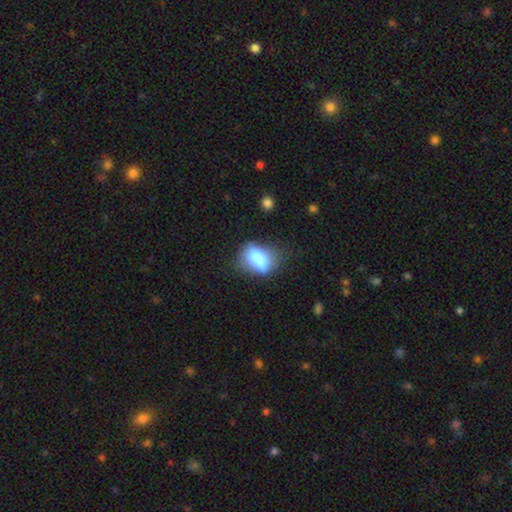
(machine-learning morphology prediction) Smooth or featured? smooth (70%)
How rounded? in between (74%)
Merging? none (38%)